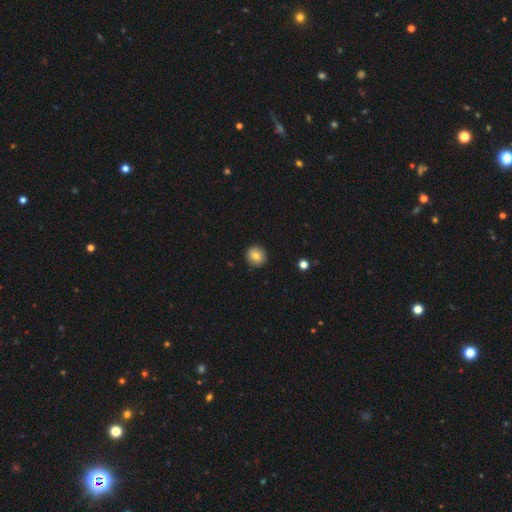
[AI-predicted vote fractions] This is likely a smooth galaxy (79%). How rounded: clearly round (93%). Merging: clearly none (92%).